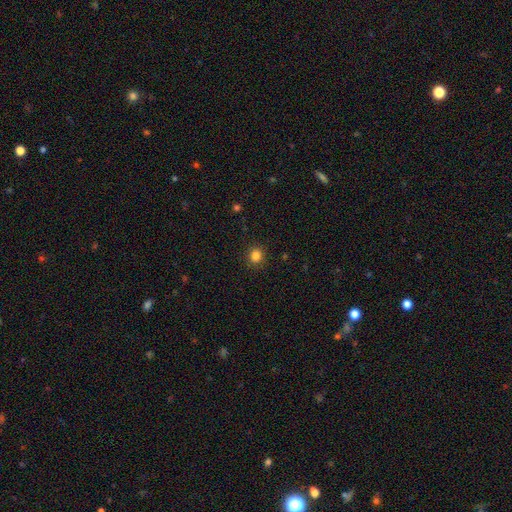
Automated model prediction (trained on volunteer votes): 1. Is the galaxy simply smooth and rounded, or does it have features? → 84% smooth, 12% star or artifact, 4% featured or disk.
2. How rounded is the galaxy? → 85% round, 14% in between, 1% cigar-shaped.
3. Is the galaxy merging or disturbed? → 91% none, 6% minor disturbance, 2% major disturbance, 1% merger.